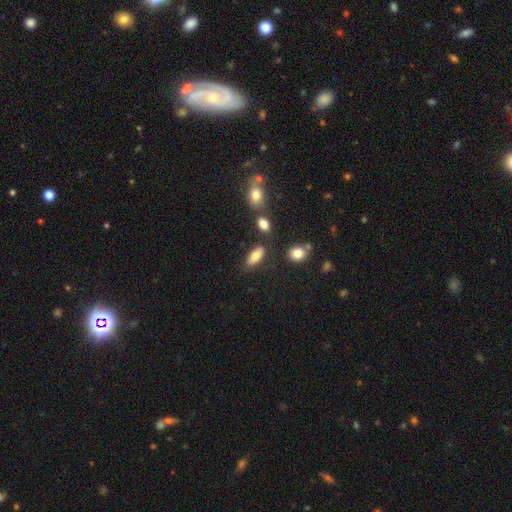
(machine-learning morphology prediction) Smooth or featured?
  - smooth: 79% *
  - featured or disk: 12%
  - star or artifact: 8%
How rounded?
  - in between: 82% *
  - cigar-shaped: 14%
  - round: 4%
Merging?
  - none: 74% *
  - minor disturbance: 15%
  - merger: 7%
  - major disturbance: 4%